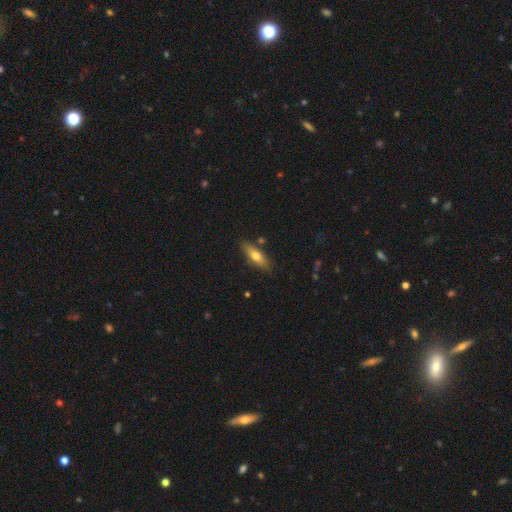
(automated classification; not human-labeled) Overall: smooth (66%; featured or disk 27%). How rounded: in between (55%; cigar-shaped 43%). Merging: none (83%).